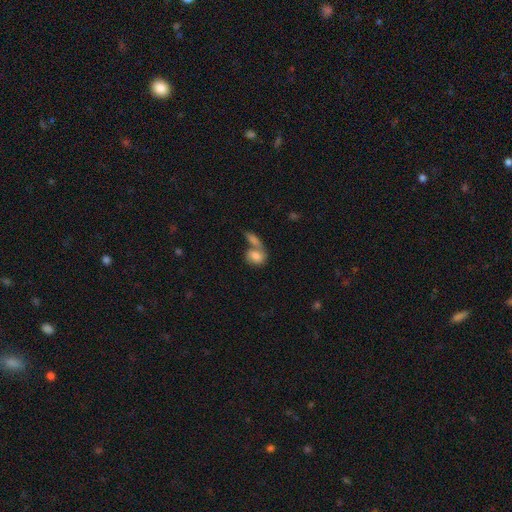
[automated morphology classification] The model was most divided on "how rounded": in between: 65%, round: 32%, cigar-shaped: 3%. More confident: smooth or featured — smooth (69%); merging — merger (58%).